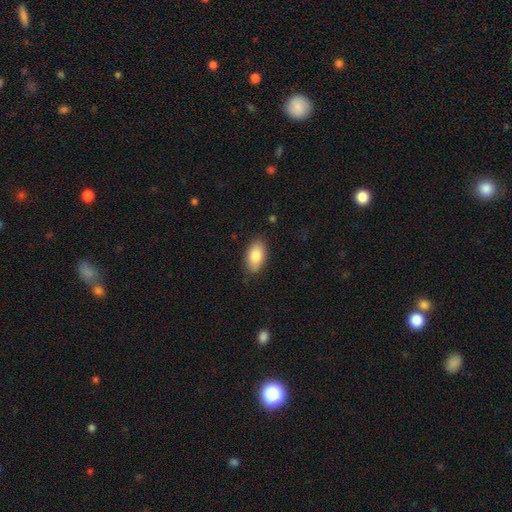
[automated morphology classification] A smooth galaxy with no disk features (84%) that is in between round and cigar-shaped (93%). Merging: none (83%).